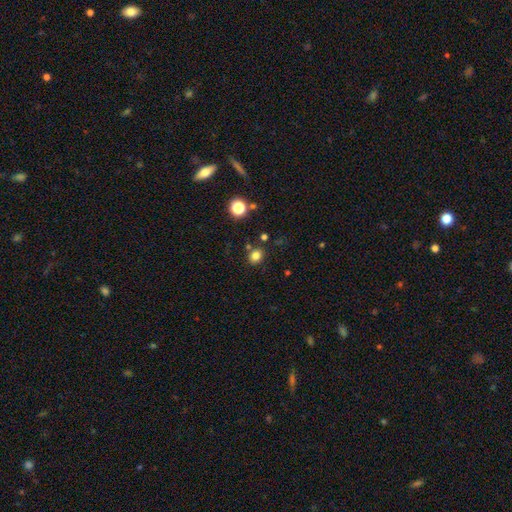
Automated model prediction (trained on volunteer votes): Morphology: type=smooth (80%); roundness=round (66%); merging=none (82%).